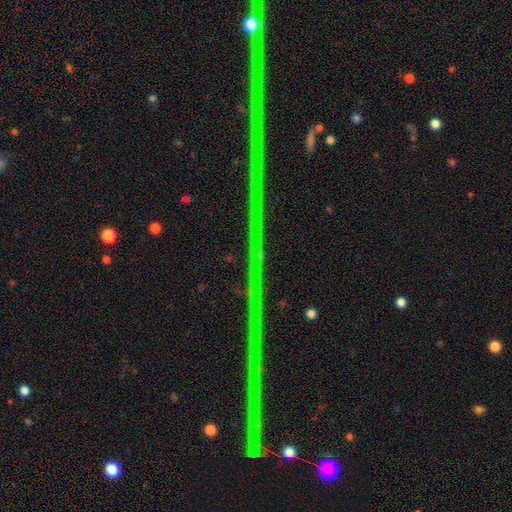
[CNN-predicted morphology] star or artifact 87%, featured or disk 8%, smooth 4%.